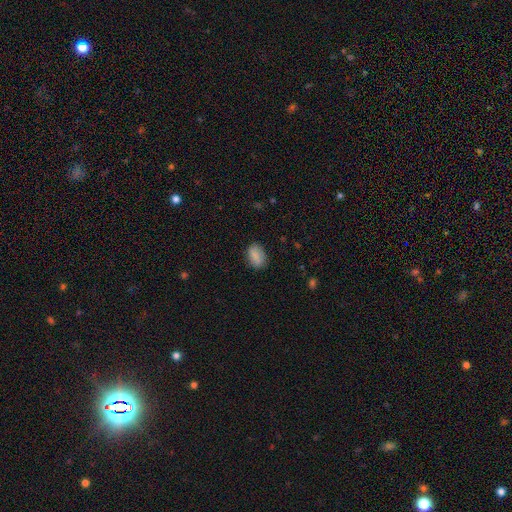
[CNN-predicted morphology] smooth 83%, featured or disk 9%, star or artifact 8%. Down the decision tree: how rounded — in between (86%); merging — none (81%).